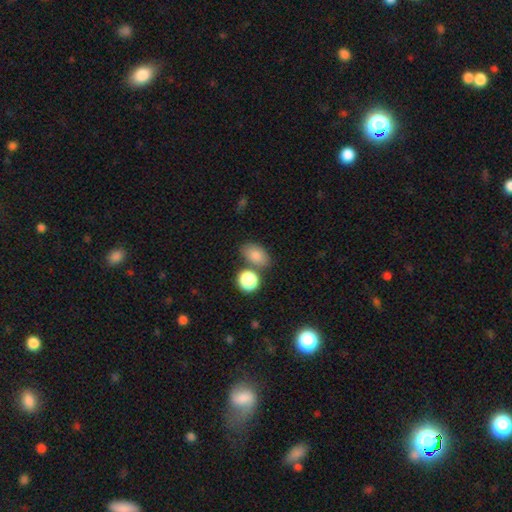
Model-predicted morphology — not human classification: Q: Smooth or featured?
A: smooth (81%); runner-up: star or artifact (11%)
Q: How rounded?
A: in between (81%); runner-up: round (18%)
Q: Merging?
A: none (68%); runner-up: merger (16%)